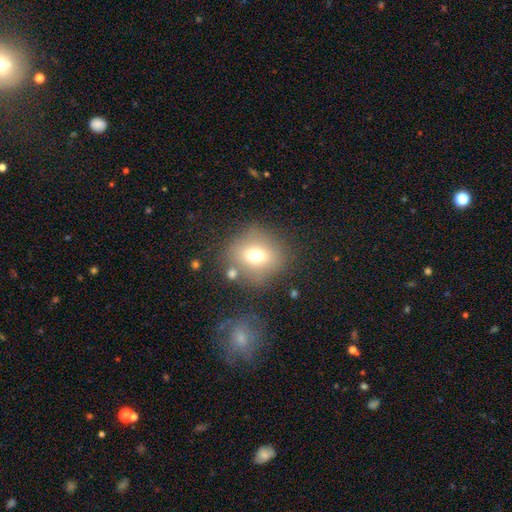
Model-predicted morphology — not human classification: Smooth or featured: smooth — 68% (featured or disk — 17%)
How rounded: round — 75% (in between — 24%)
Merging: none — 72% (minor disturbance — 14%)